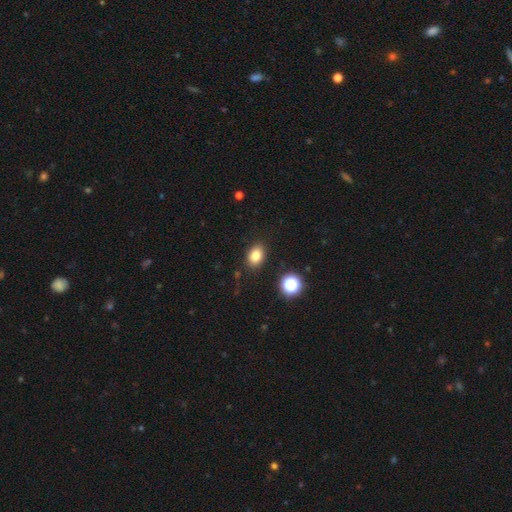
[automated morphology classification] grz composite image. It shows a smooth galaxy with no disk features (81%) that is in between round and cigar-shaped (71%). Merging: none (87%).